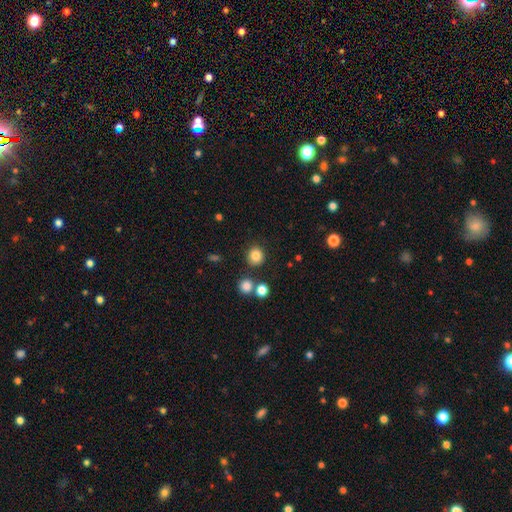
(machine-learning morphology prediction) This appears to be a smooth galaxy with no disk features (84%) that is round (90%). Merging: none (84%).